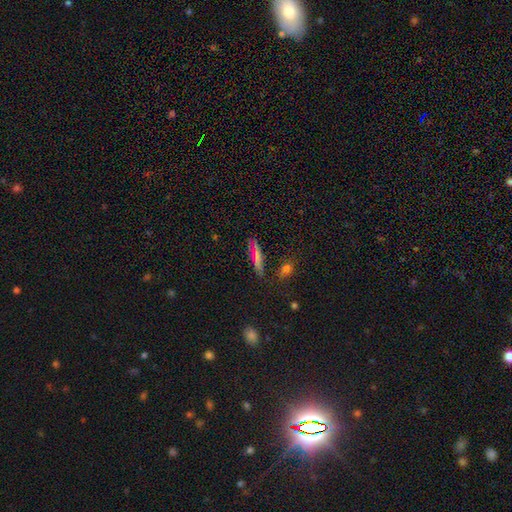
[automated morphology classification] This appears to be a smooth galaxy with no disk features (61%) that is cigar-shaped (62%). Merging: none (78%).